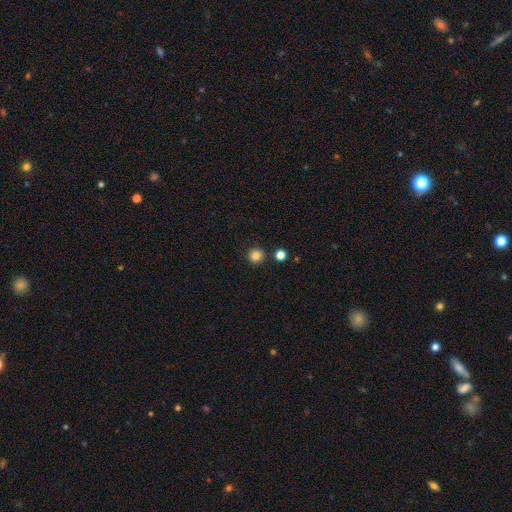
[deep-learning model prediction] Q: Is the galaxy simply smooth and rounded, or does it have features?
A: smooth — 85%.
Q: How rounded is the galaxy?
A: round — 95%.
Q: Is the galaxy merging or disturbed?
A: none — 88%.